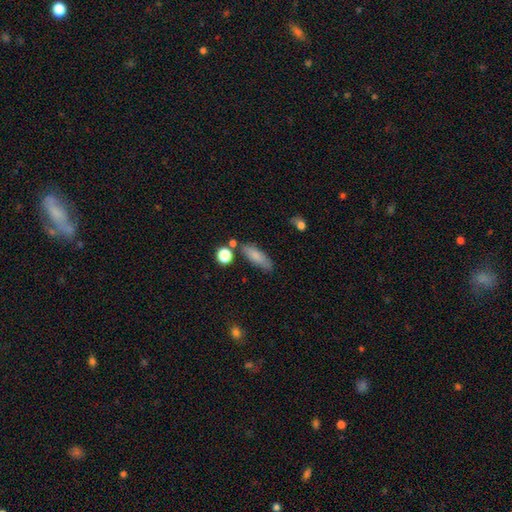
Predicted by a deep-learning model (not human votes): Smooth or featured: smooth — 80% (featured or disk — 12%)
How rounded: in between — 56% (cigar-shaped — 40%)
Merging: none — 71% (minor disturbance — 16%)